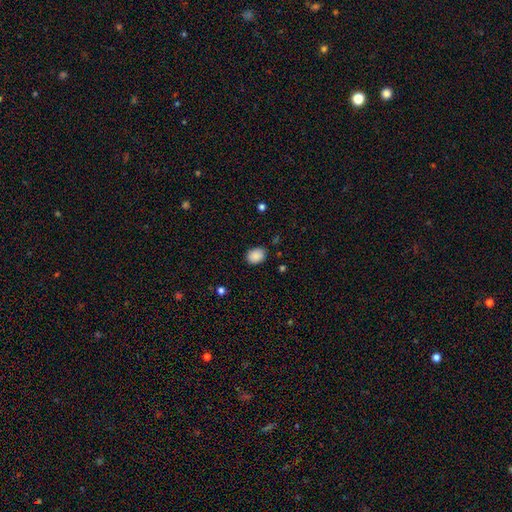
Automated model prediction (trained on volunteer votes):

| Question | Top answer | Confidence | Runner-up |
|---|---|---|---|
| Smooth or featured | smooth | 88% | star or artifact (8%) |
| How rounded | in between | 65% | round (35%) |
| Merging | none | 81% | minor disturbance (15%) |